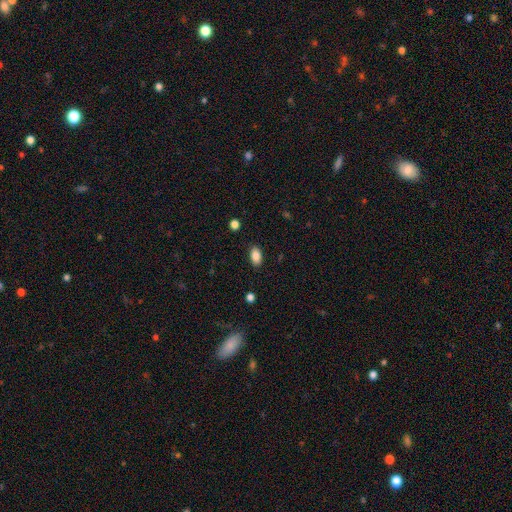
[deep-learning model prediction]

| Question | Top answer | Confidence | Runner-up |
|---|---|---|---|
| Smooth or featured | smooth | 87% | star or artifact (9%) |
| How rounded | in between | 91% | round (7%) |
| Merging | none | 87% | minor disturbance (10%) |